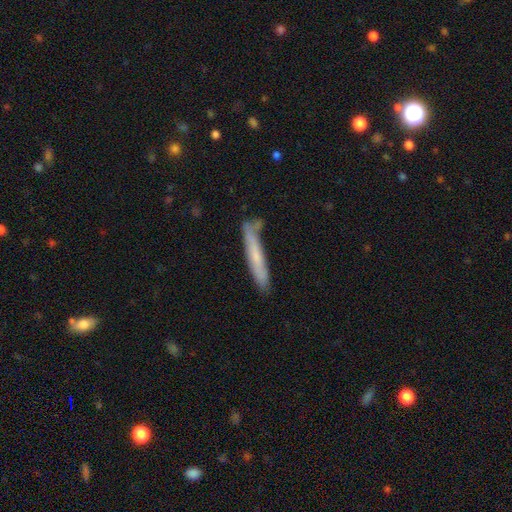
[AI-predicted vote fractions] Smooth or featured? Predicted: smooth (p=0.61). How rounded? Predicted: cigar-shaped (p=0.94). Merging? Predicted: none (p=0.73).